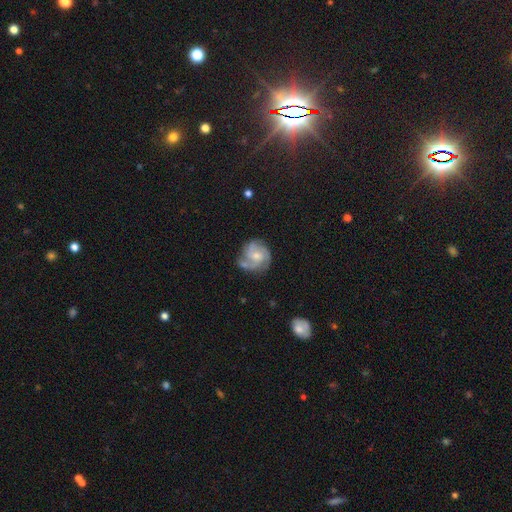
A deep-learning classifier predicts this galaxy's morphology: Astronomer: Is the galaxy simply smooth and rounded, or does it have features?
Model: featured or disk — 77%.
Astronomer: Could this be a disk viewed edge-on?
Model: no — 98%.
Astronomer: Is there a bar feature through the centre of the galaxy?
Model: no — 67%.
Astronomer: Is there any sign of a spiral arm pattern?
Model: yes — 95%.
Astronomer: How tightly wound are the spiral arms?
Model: tight — 48% (runner-up: medium, 42%).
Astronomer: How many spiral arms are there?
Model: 3 — 53%.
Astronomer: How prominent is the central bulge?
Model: moderate — 51% (runner-up: small, 42%).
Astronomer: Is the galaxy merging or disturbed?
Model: none — 62%.